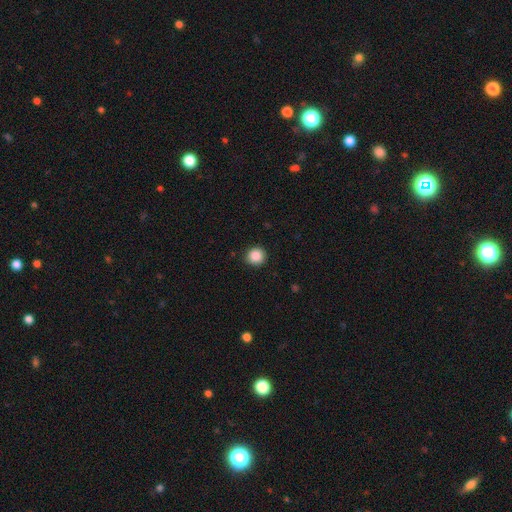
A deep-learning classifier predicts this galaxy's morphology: Q: Smooth or featured?
A: smooth (87%); runner-up: star or artifact (9%)
Q: How rounded?
A: round (92%); runner-up: in between (7%)
Q: Merging?
A: none (90%); runner-up: minor disturbance (7%)